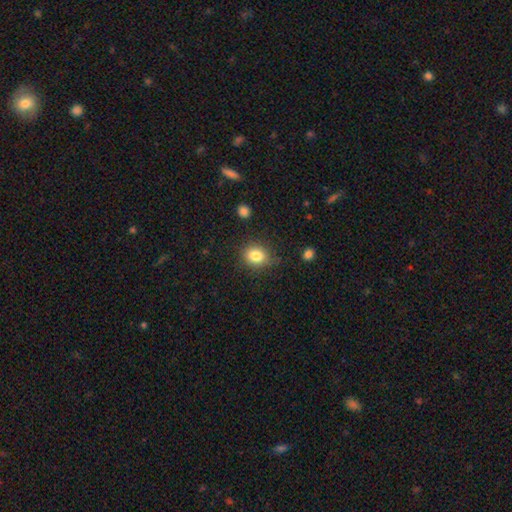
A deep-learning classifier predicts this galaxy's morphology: Smooth or featured: smooth — 82% (star or artifact — 10%)
How rounded: round — 51% (in between — 48%)
Merging: none — 77% (minor disturbance — 17%)